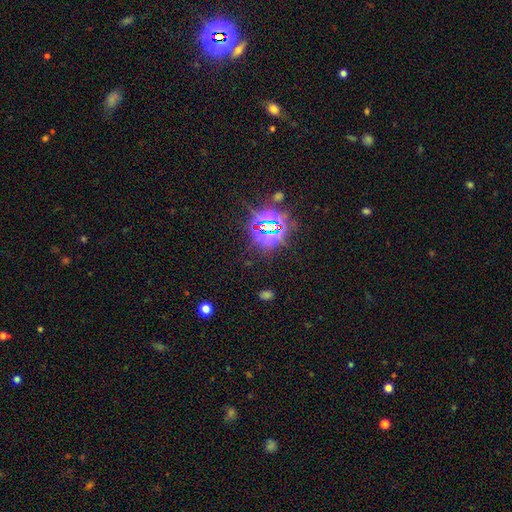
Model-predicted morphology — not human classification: The model was most divided on "smooth or featured": star or artifact: 81%, smooth: 13%, featured or disk: 6%.